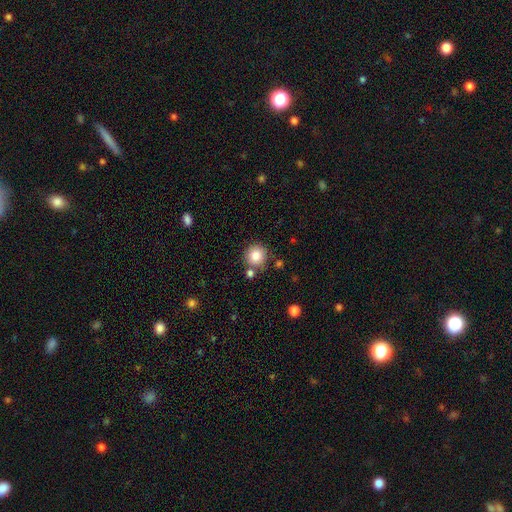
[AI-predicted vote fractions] Smooth or featured? smooth (84%)
How rounded? round (92%)
Merging? none (75%)